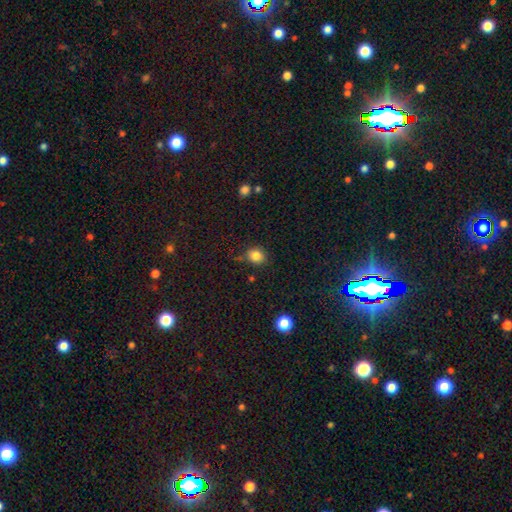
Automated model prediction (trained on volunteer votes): Morphology: type=smooth (83%); roundness=round (73%); merging=none (79%).